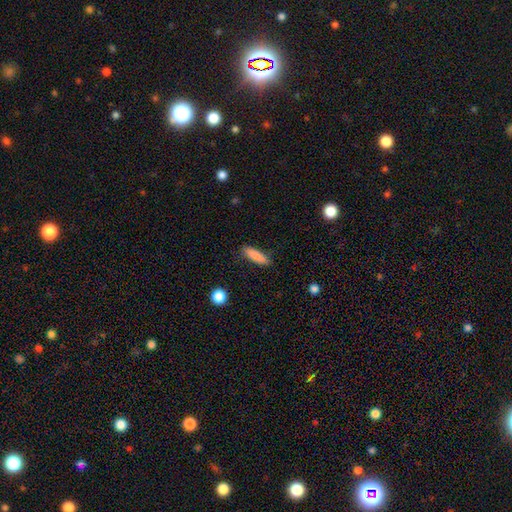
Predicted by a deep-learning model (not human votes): Overall: smooth (87%). How rounded: cigar-shaped (60%; in between 38%). Merging: none (85%).